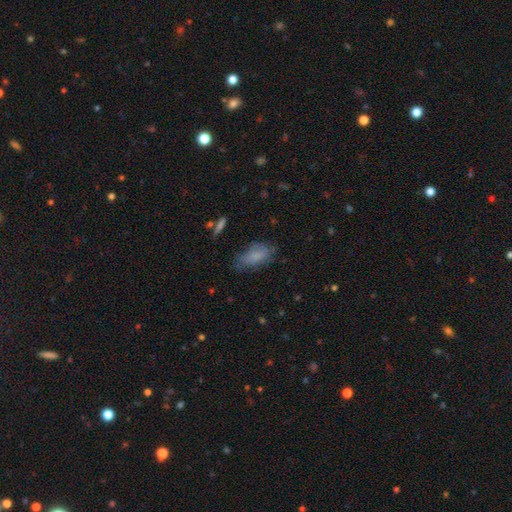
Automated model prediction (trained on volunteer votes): Smooth or featured?
  - smooth: 75% *
  - featured or disk: 16%
  - star or artifact: 9%
How rounded?
  - in between: 87% *
  - cigar-shaped: 9%
  - round: 4%
Merging?
  - none: 59% *
  - minor disturbance: 29%
  - major disturbance: 10%
  - merger: 2%